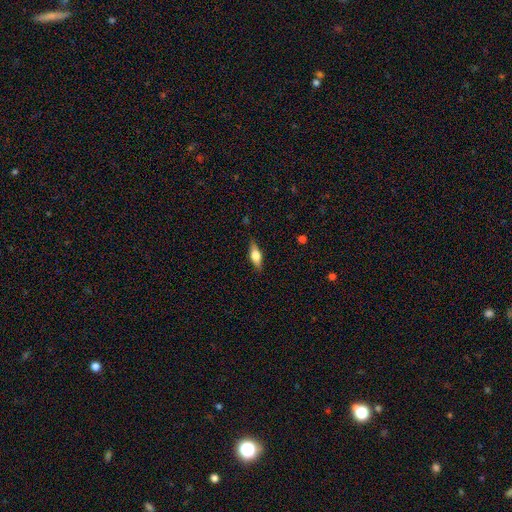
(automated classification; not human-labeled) A smooth galaxy with no disk features (48%). Merging: none (85%).